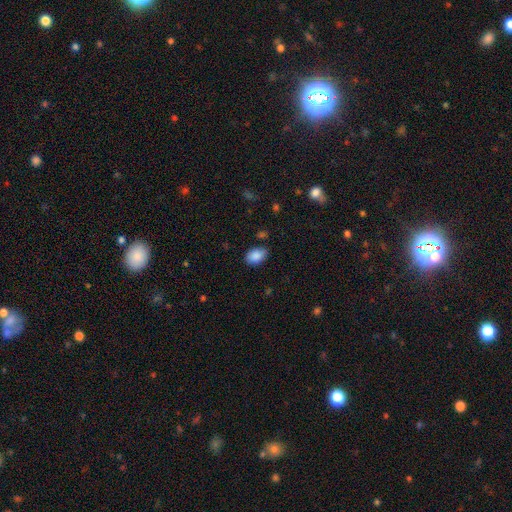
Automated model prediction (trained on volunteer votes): The model was most divided on "merging": none: 79%, minor disturbance: 16%, major disturbance: 3%, merger: 2%. More confident: smooth or featured — smooth (88%); how rounded — in between (86%).